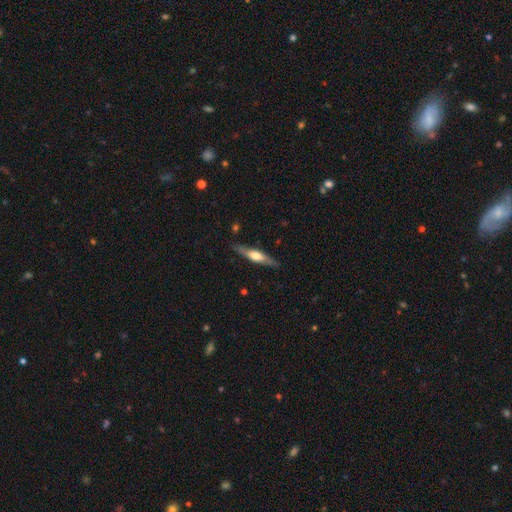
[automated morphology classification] type=featured or disk (58%); edge-on=yes (92%); edge-on bulge=rounded (81%); merging=none (85%).